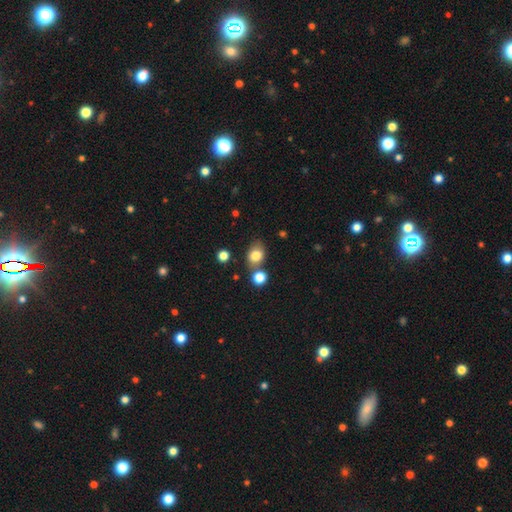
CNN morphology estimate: Smooth or featured? Predicted: smooth (p=0.80). How rounded? Predicted: in between (p=0.58). Merging? Predicted: none (p=0.64).